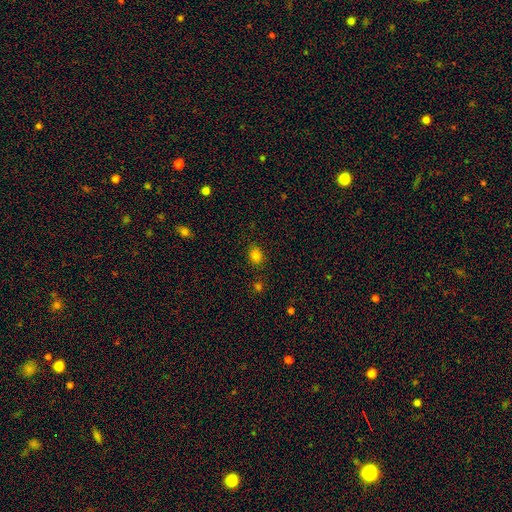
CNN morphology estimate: smooth 81%, star or artifact 14%, featured or disk 5%. Down the decision tree: how rounded — in between (55%); merging — none (83%).